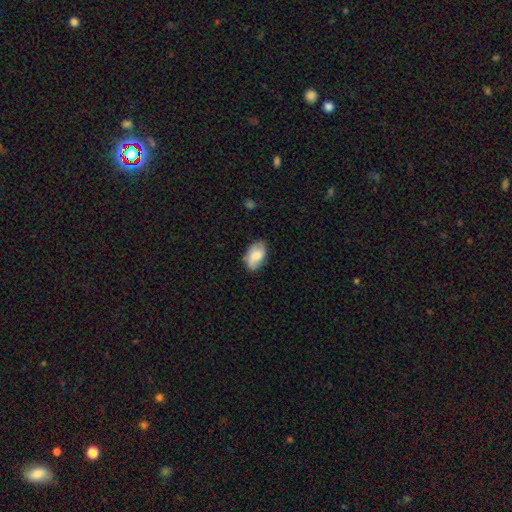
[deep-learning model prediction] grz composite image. It shows a smooth galaxy with no disk features (71%) that is in between round and cigar-shaped (93%). Merging: none (75%).